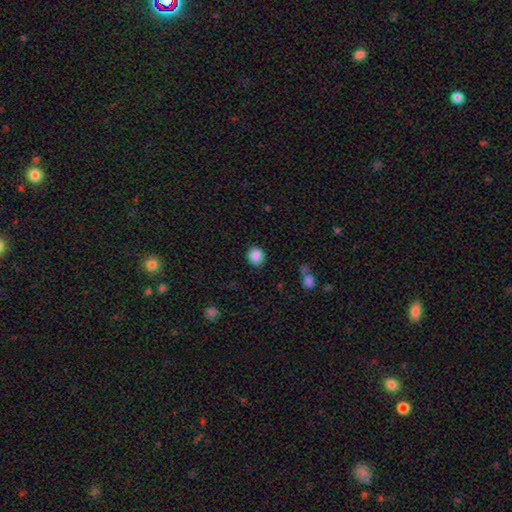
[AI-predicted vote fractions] A smooth galaxy with no disk features (87%) that is round (71%).

Vote fractions:
- Smooth or featured? smooth: 87% / star or artifact: 9% / featured or disk: 4%
- How rounded? round: 71% / in between: 28% / cigar-shaped: 1%
- Merging? none: 85% / minor disturbance: 11% / major disturbance: 3% / merger: 2%